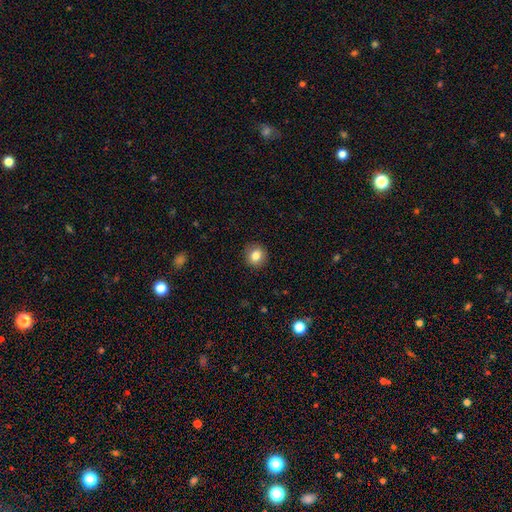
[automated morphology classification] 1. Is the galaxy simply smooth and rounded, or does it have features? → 82% smooth, 9% star or artifact, 8% featured or disk.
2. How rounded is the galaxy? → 88% round, 11% in between, 1% cigar-shaped.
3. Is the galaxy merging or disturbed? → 91% none, 6% minor disturbance, 2% major disturbance, 1% merger.